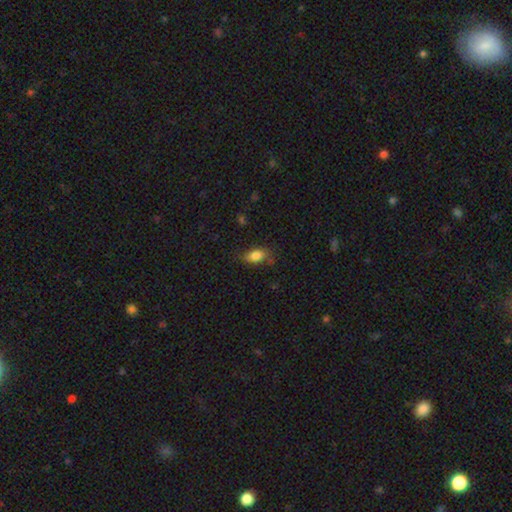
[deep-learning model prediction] A smooth galaxy with no disk features (83%) that is in between round and cigar-shaped (87%).

Vote fractions:
- Smooth or featured? smooth: 83% / featured or disk: 9% / star or artifact: 8%
- How rounded? in between: 87% / round: 8% / cigar-shaped: 5%
- Merging? none: 68% / minor disturbance: 23% / major disturbance: 7% / merger: 2%